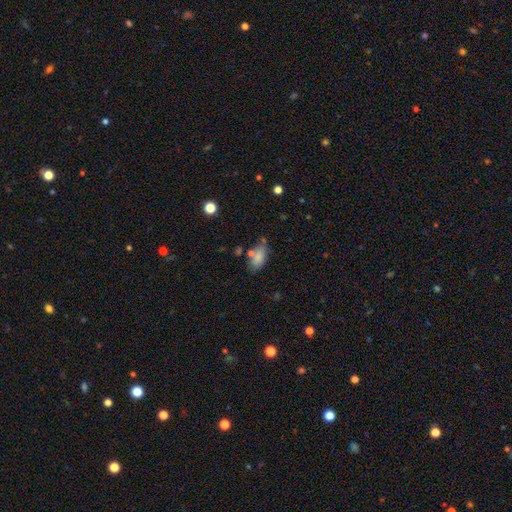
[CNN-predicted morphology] Smooth or featured?
  - smooth: 79% *
  - featured or disk: 12%
  - star or artifact: 9%
How rounded?
  - in between: 88% *
  - cigar-shaped: 9%
  - round: 3%
Merging?
  - none: 62% *
  - minor disturbance: 20%
  - merger: 12%
  - major disturbance: 6%